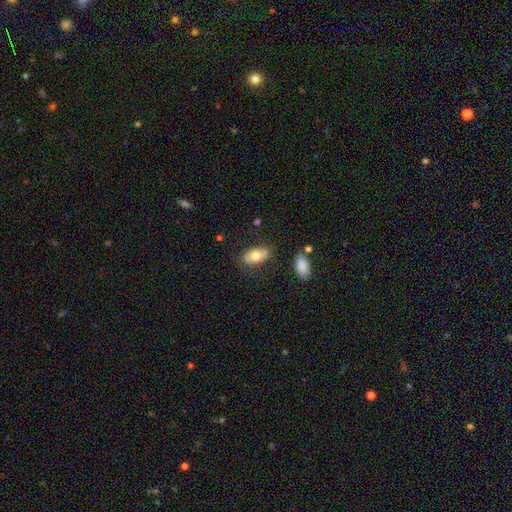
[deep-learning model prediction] Morphology: type=smooth (71%); roundness=in between (92%); merging=none (74%).